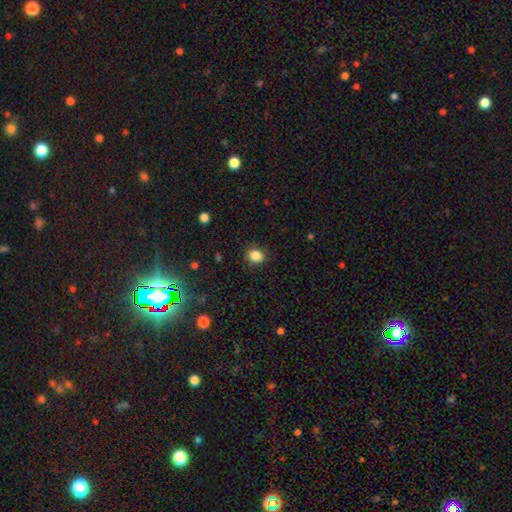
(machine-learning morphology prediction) smooth 86%, star or artifact 10%, featured or disk 4%. Down the decision tree: how rounded — round (55%); merging — none (85%).